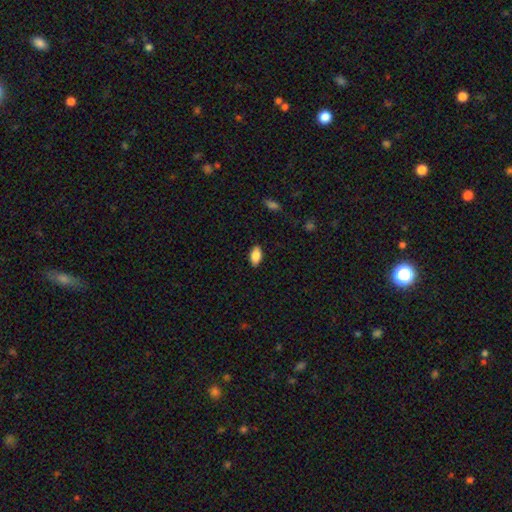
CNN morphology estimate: A smooth galaxy with no disk features (84%) that is in between round and cigar-shaped (91%). Merging: none (87%).